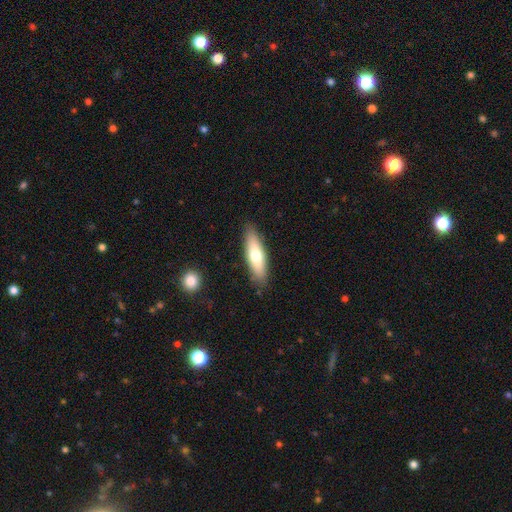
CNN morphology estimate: Smooth or featured: smooth — 64% (featured or disk — 30%)
How rounded: cigar-shaped — 56% (in between — 42%)
Merging: none — 87% (minor disturbance — 10%)